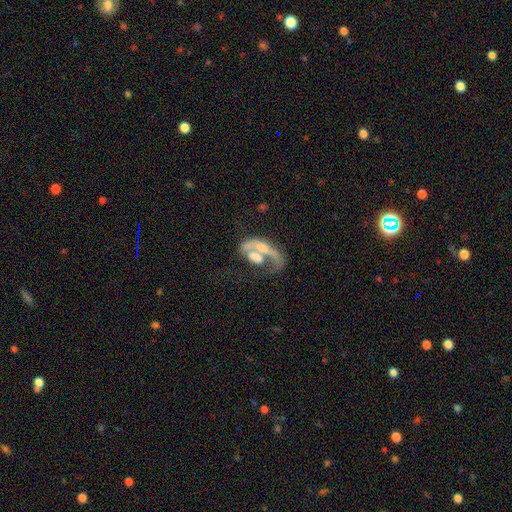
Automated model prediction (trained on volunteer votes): This appears to be a featured or disk galaxy (62%) with no bar (75%), no spiral arms (60%) and a moderate central bulge (41%). Merging: merger (50%).